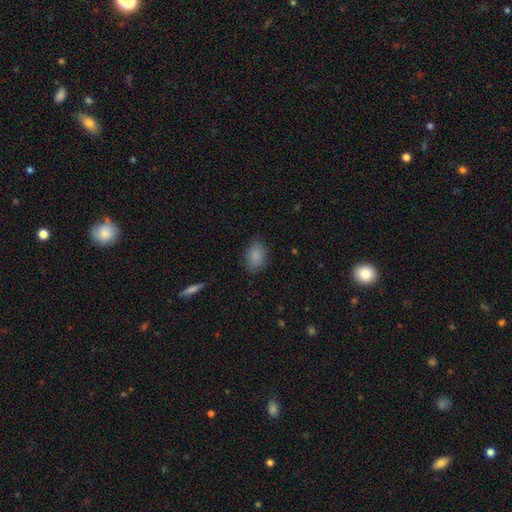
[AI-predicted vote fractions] smooth-or-featured: smooth: 87% | star or artifact: 8% | featured or disk: 6%
  how-rounded: in between: 82% | round: 17% | cigar-shaped: 2%
  merging: none: 80% | minor disturbance: 15% | major disturbance: 4% | merger: 1%